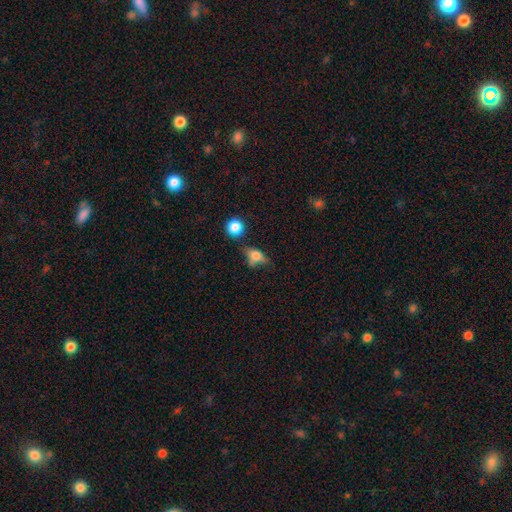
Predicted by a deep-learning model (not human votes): Morphology: type=smooth (64%); roundness=in between (66%); merging=none (47%).